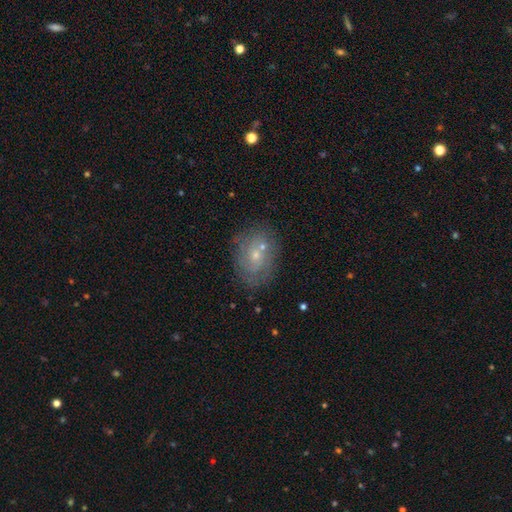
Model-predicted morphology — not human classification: The model was most divided on "smooth or featured": featured or disk: 55%, smooth: 33%, star or artifact: 12%. More confident: edge-on disk — no (96%); bar — no (76%); merging — none (66%); spiral arms — yes (66%); bulge size — small (64%).